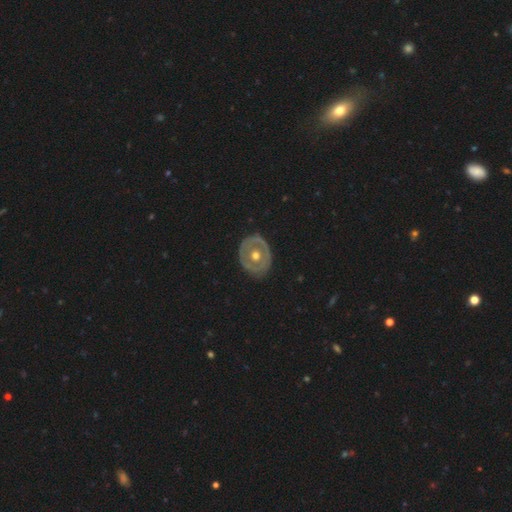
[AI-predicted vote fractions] The model was most divided on "smooth or featured": featured or disk: 61%, smooth: 34%, star or artifact: 5%. More confident: edge-on disk — no (94%); bar — no (89%); spiral arms — no (89%); merging — none (82%); bulge size — moderate (80%).